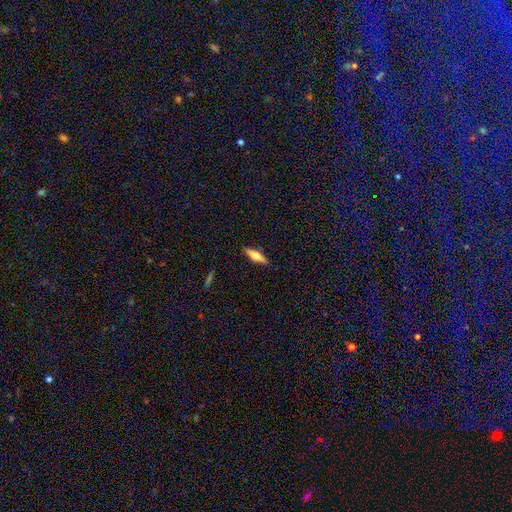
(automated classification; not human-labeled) Smooth or featured? Predicted: featured or disk (p=0.58). Edge-on disk? Predicted: yes (p=0.96). Edge-on bulge? Predicted: rounded (p=0.93). Merging? Predicted: none (p=0.89).